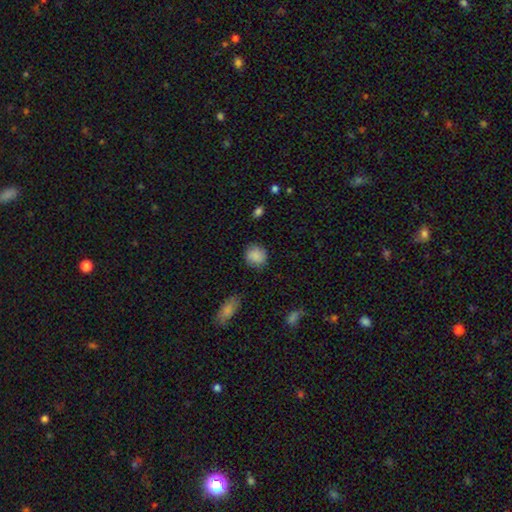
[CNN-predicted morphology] Overall: smooth (87%). How rounded: round (85%). Merging: none (84%).